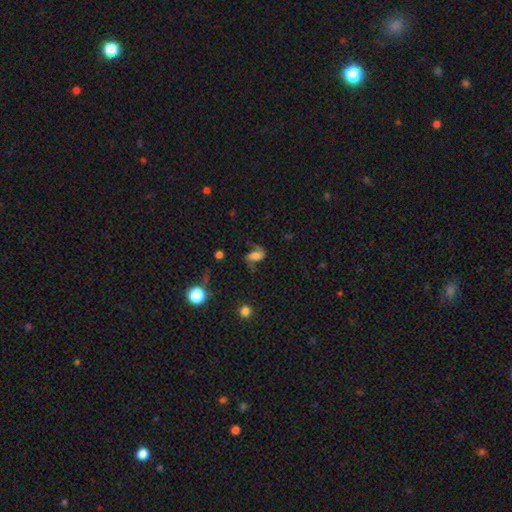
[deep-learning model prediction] The model was most divided on "bar": weak: 38%, no: 37%, strong: 25%. Remaining: edge-on disk — no (96%); spiral arms — yes (90%); spiral arm count — 2 (88%); smooth or featured — featured or disk (62%); spiral winding — loose (61%); merging — none (60%); bulge size — moderate (37%).